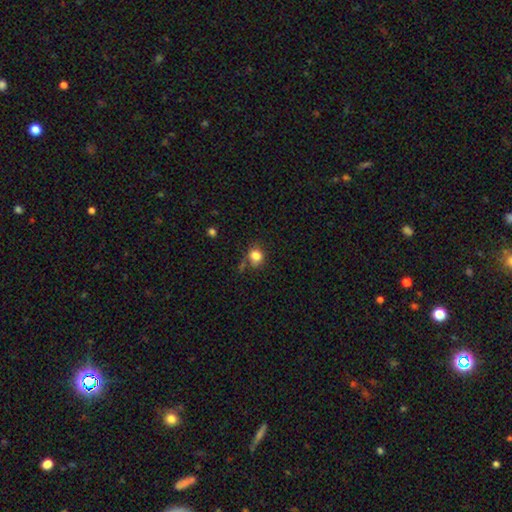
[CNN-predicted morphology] Smooth or featured? smooth (82%)
How rounded? round (72%)
Merging? none (63%)